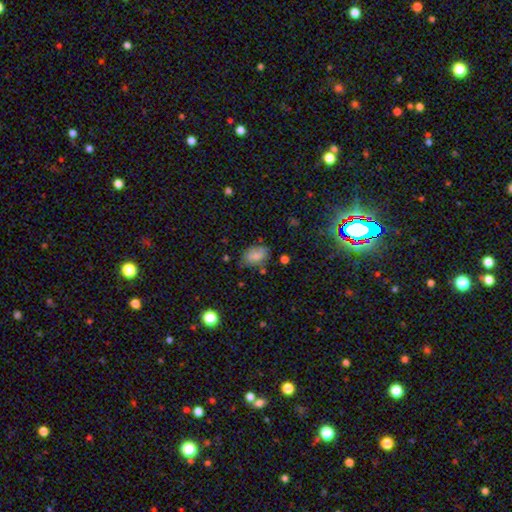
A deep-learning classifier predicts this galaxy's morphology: smooth_or_featured: smooth (p=0.77) [alt: featured or disk p=0.14]
how_rounded: in between (p=0.87) [alt: round p=0.11]
merging: none (p=0.61) [alt: minor disturbance p=0.28]